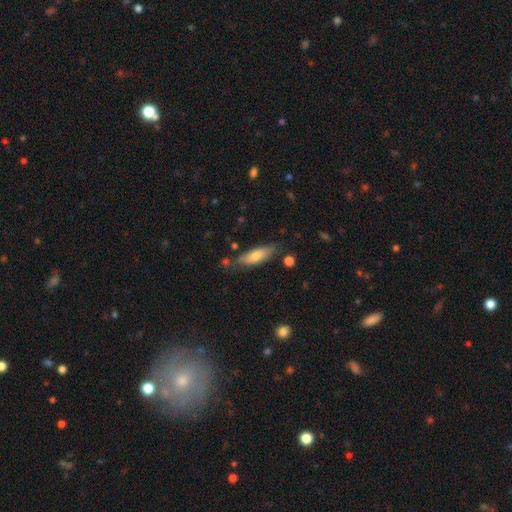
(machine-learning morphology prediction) Q: Smooth or featured?
A: smooth (70%); runner-up: featured or disk (24%)
Q: How rounded?
A: in between (50%); runner-up: cigar-shaped (48%)
Q: Merging?
A: none (73%); runner-up: minor disturbance (19%)